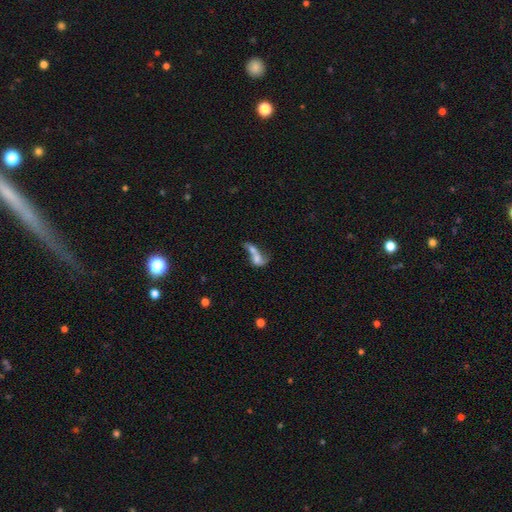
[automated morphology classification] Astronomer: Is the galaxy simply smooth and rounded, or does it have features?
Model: smooth — 51% (runner-up: featured or disk, 37%).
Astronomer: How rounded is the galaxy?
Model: in between — 64%.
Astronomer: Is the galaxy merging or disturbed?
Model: merger — 66%.